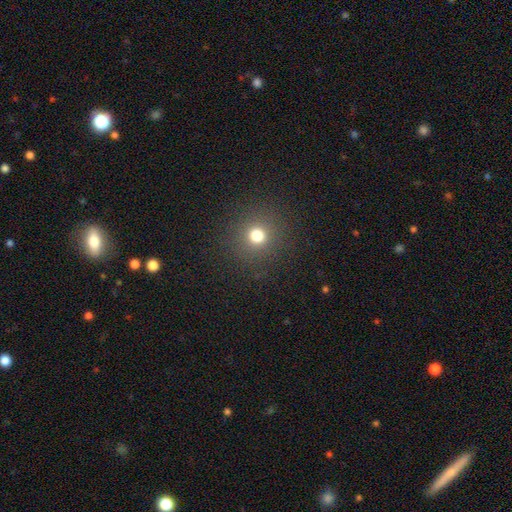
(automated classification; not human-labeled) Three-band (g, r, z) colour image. It shows a smooth galaxy with no disk features (58%) that is round (95%). Merging: none (92%).